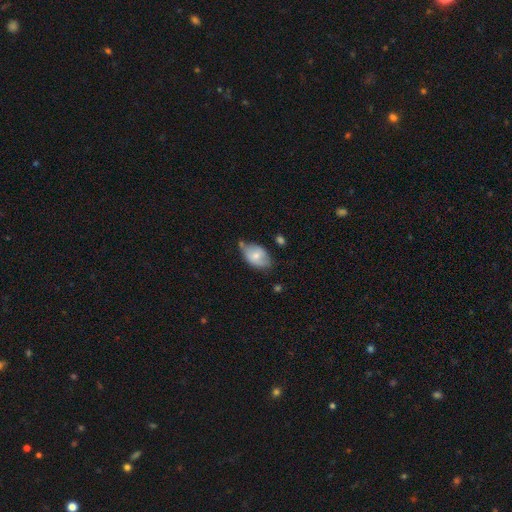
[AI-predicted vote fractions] Overall: smooth (66%; featured or disk 27%). How rounded: in between (87%). Merging: none (50%; minor disturbance 33%).